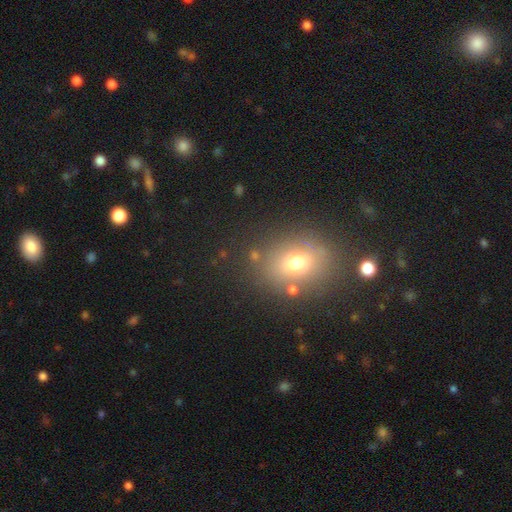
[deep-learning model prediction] Smooth or featured?
  - smooth: 64% *
  - star or artifact: 20%
  - featured or disk: 16%
How rounded?
  - round: 50% *
  - in between: 48%
  - cigar-shaped: 2%
Merging?
  - none: 78% *
  - minor disturbance: 12%
  - merger: 6%
  - major disturbance: 5%